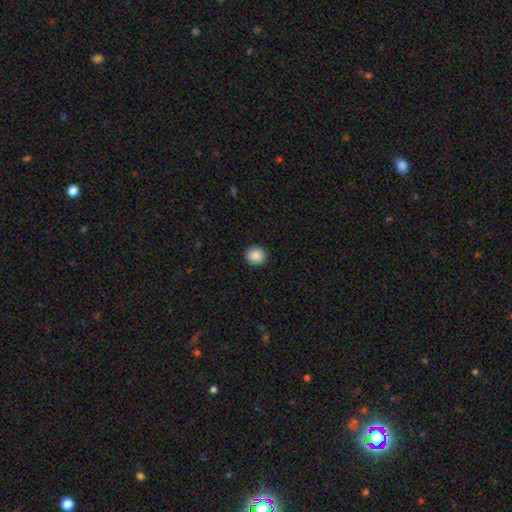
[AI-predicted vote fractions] This appears to be a smooth galaxy with no disk features (89%) that is round (91%). Merging: none (92%).